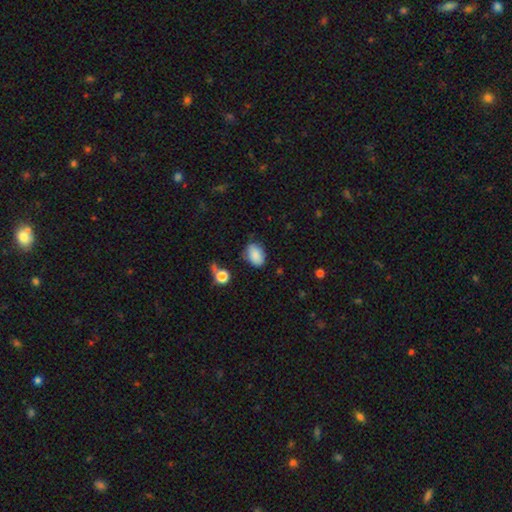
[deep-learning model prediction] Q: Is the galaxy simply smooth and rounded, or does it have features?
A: smooth — 85%.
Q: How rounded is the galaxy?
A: in between — 84%.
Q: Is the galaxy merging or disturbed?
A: none — 72%.